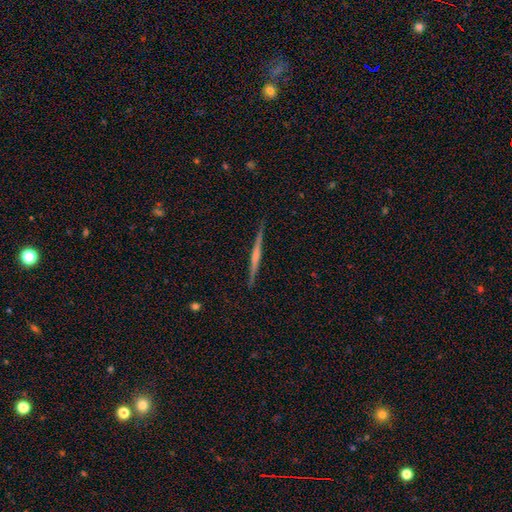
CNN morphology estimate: The model was most divided on "edge-on bulge": none: 53%, rounded: 33%, boxy: 14%. More confident: edge-on disk — yes (98%); merging — none (90%); smooth or featured — featured or disk (67%).